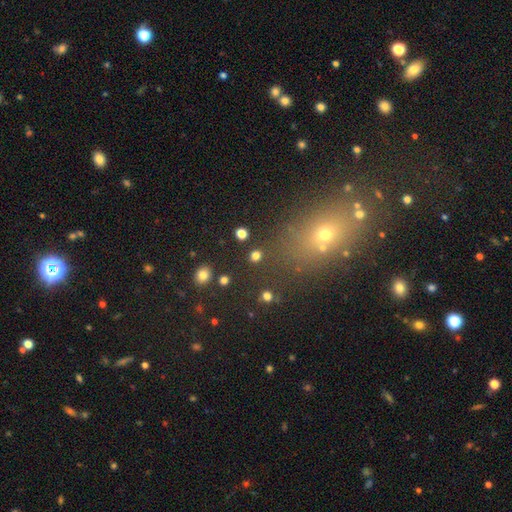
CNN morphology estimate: smooth-or-featured: smooth: 79% | star or artifact: 16% | featured or disk: 5%
  how-rounded: round: 85% | in between: 14% | cigar-shaped: 1%
  merging: none: 88% | minor disturbance: 6% | merger: 4% | major disturbance: 3%